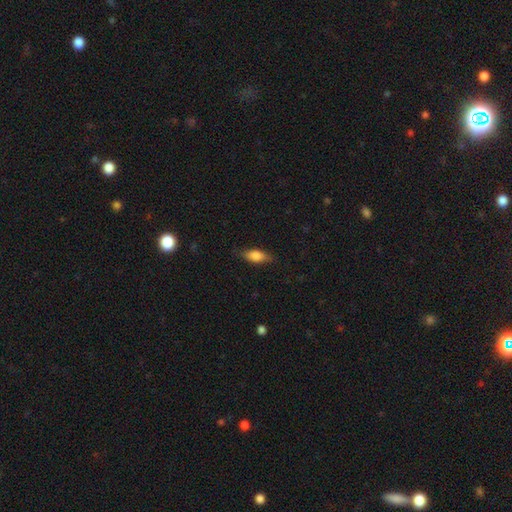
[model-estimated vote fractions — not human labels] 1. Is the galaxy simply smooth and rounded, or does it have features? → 76% smooth, 17% featured or disk, 7% star or artifact.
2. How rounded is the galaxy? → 76% in between, 21% cigar-shaped, 3% round.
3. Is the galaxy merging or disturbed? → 79% none, 17% minor disturbance, 4% major disturbance, 1% merger.